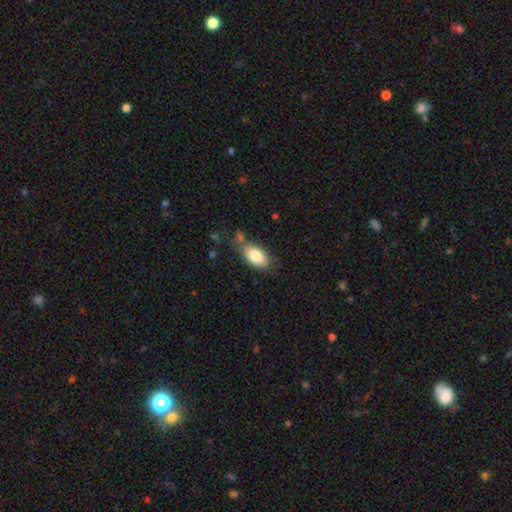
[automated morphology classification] Smooth or featured? smooth (84%)
How rounded? in between (92%)
Merging? none (65%)